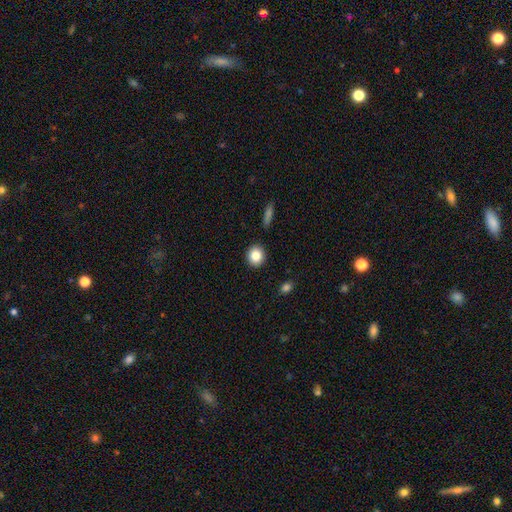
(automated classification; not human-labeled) Overall: smooth (84%). How rounded: round (77%). Merging: none (91%).